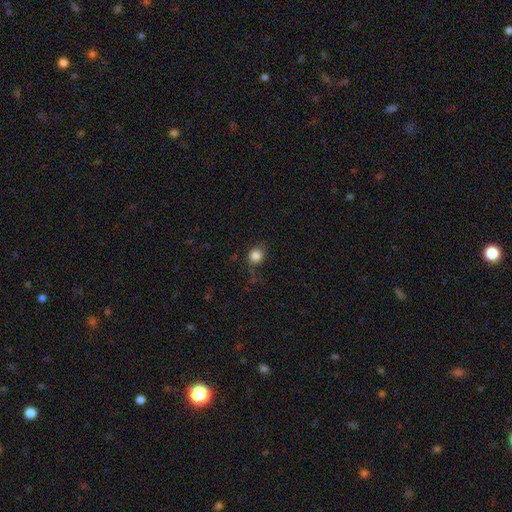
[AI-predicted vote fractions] This appears to be a smooth galaxy with no disk features (84%) that is round (80%). Merging: none (79%).